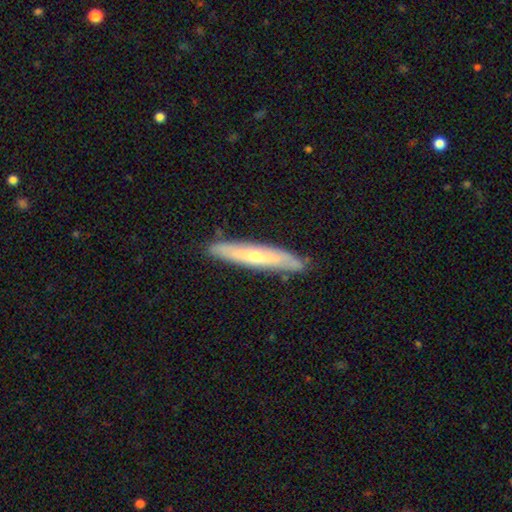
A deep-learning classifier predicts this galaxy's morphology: The model was most divided on "smooth or featured": smooth: 48%, featured or disk: 47%, star or artifact: 5%. More confident: merging — none (85%).